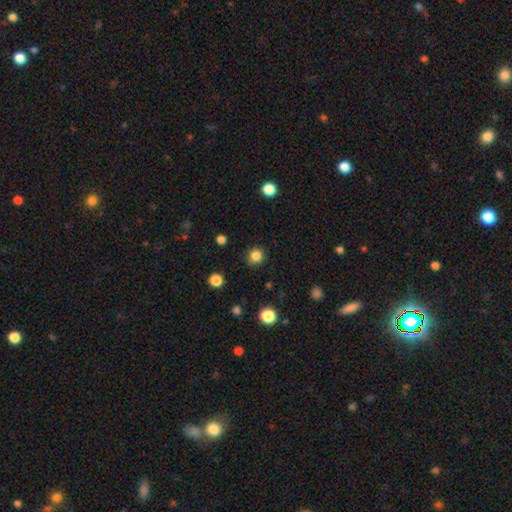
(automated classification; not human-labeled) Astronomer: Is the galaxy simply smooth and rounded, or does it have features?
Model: smooth — 83%.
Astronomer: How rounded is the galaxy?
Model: round — 91%.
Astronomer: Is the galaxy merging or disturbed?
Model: none — 89%.